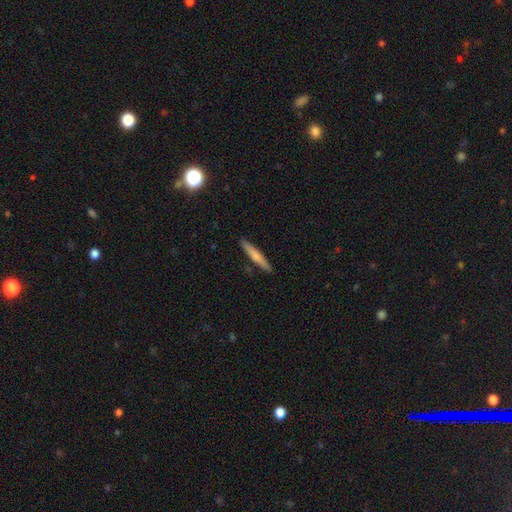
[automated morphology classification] smooth-or-featured: smooth: 68% | featured or disk: 26% | star or artifact: 6%
  how-rounded: cigar-shaped: 94% | in between: 5% | round: 1%
  merging: none: 90% | minor disturbance: 7% | merger: 1% | major disturbance: 1%